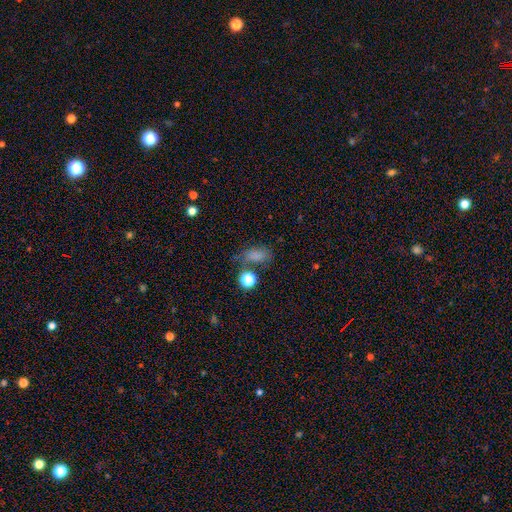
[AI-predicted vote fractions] Smooth or featured? smooth (74%)
How rounded? in between (78%)
Merging? none (52%)